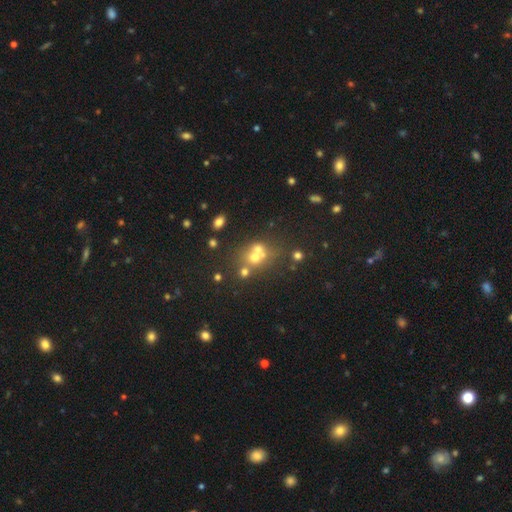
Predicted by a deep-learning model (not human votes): Smooth or featured: smooth — 52% (star or artifact — 25%)
How rounded: round — 74% (in between — 25%)
Merging: merger — 45% (none — 41%)